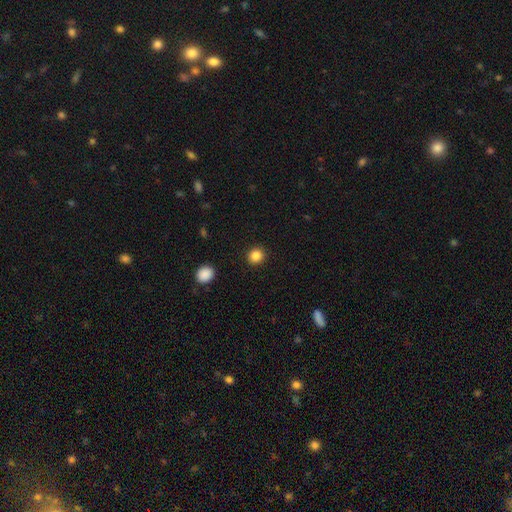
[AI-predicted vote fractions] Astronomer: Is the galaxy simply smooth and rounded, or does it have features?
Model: smooth — 86%.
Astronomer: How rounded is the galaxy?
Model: round — 85%.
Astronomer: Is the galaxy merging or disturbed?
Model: none — 91%.